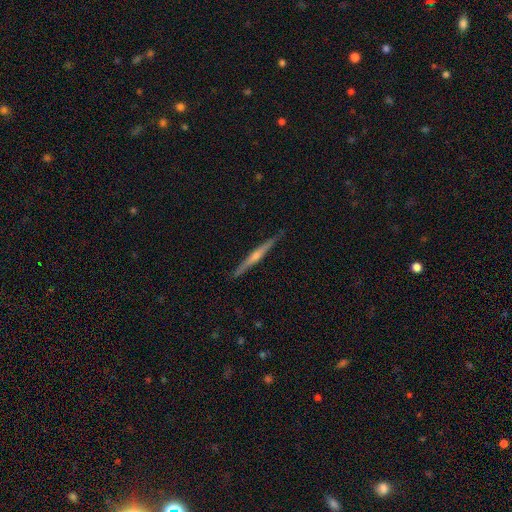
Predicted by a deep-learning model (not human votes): A featured or disk galaxy (76%) viewed edge-on (98%) with a rounded central bulge (78%).

Vote fractions:
- Smooth or featured? featured or disk: 76% / smooth: 17% / star or artifact: 7%
- Edge-on disk? yes: 98% / no: 2%
- Edge-on bulge? rounded: 78% / none: 15% / boxy: 7%
- Merging? none: 90% / minor disturbance: 7% / major disturbance: 1% / merger: 1%